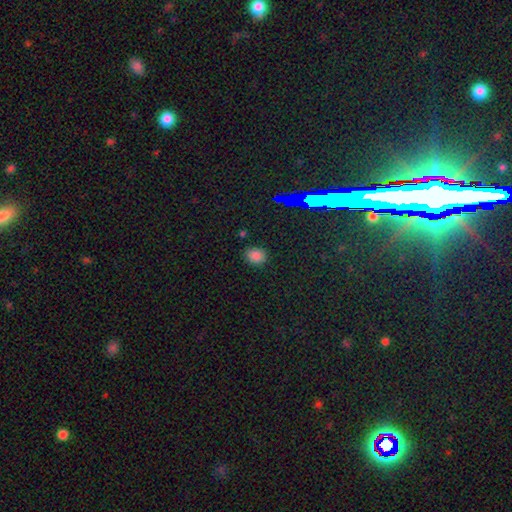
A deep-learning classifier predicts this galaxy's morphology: Smooth or featured: smooth — 80% (star or artifact — 15%)
How rounded: round — 63% (in between — 36%)
Merging: none — 87% (minor disturbance — 9%)